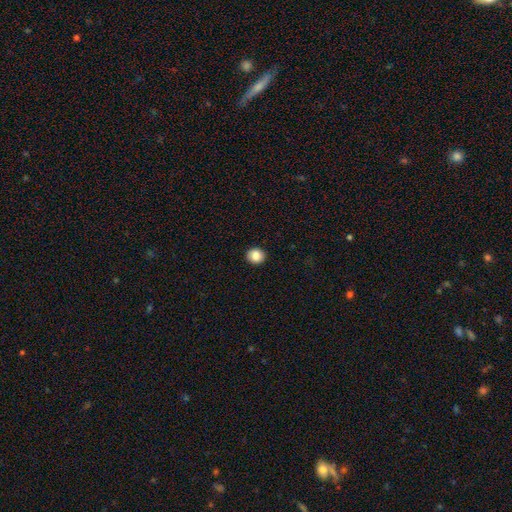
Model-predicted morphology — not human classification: Smooth or featured?
  - smooth: 86% *
  - star or artifact: 9%
  - featured or disk: 5%
How rounded?
  - round: 81% *
  - in between: 18%
  - cigar-shaped: 1%
Merging?
  - none: 92% *
  - minor disturbance: 6%
  - major disturbance: 2%
  - merger: 1%